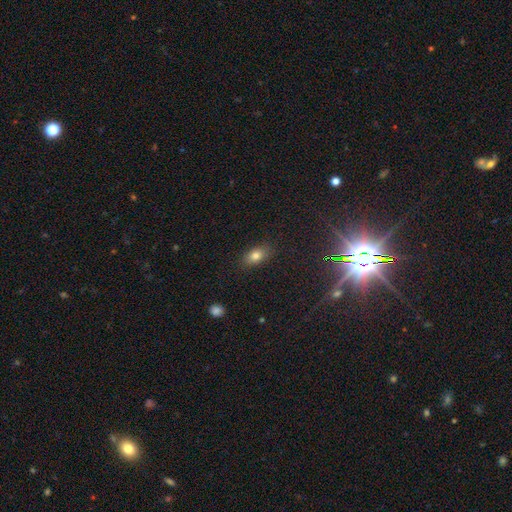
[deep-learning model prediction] A smooth galaxy with no disk features (79%) that is in between round and cigar-shaped (83%).

Vote fractions:
- Smooth or featured? smooth: 79% / star or artifact: 11% / featured or disk: 10%
- How rounded? in between: 83% / round: 13% / cigar-shaped: 4%
- Merging? none: 84% / minor disturbance: 12% / major disturbance: 3% / merger: 1%